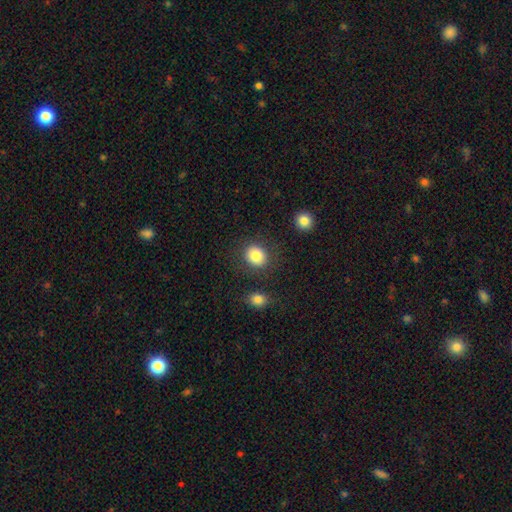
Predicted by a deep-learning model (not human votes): Smooth or featured?
  - smooth: 84% *
  - star or artifact: 9%
  - featured or disk: 7%
How rounded?
  - round: 72% *
  - in between: 27%
  - cigar-shaped: 1%
Merging?
  - none: 83% *
  - minor disturbance: 9%
  - merger: 4%
  - major disturbance: 4%